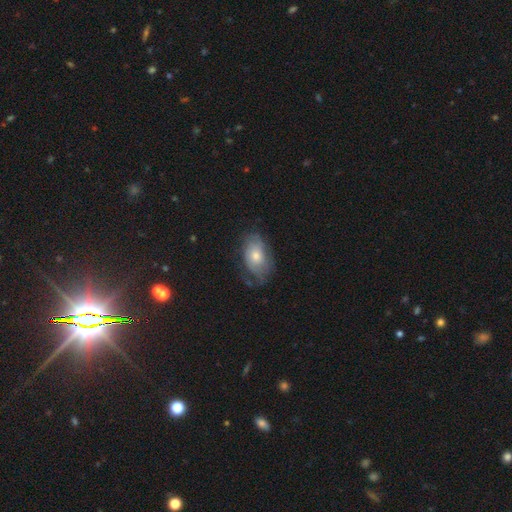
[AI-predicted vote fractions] Overall: smooth (59%; featured or disk 34%). How rounded: in between (89%). Merging: none (51%; minor disturbance 30%).